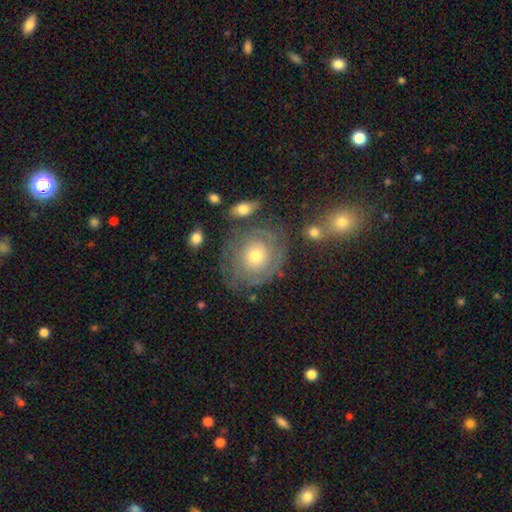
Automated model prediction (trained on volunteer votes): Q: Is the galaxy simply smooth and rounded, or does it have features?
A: featured or disk — 66%.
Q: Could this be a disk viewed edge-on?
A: no — 96%.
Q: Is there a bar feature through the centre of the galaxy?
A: no — 85%.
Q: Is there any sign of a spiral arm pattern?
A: yes — 79%.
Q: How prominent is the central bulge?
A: moderate — 61%.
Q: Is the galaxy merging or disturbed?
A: none — 70%.